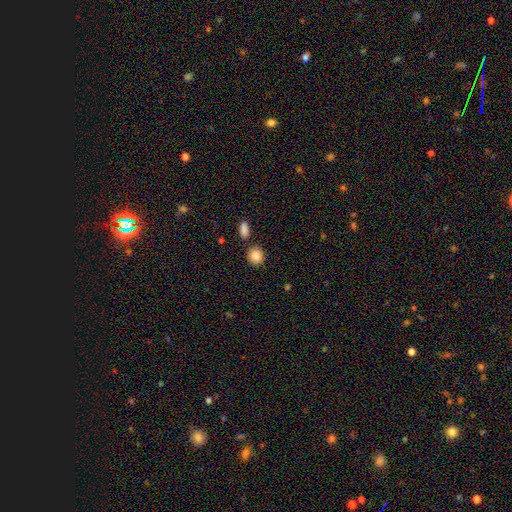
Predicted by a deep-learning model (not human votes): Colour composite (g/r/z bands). It shows a smooth galaxy with no disk features (88%) that is round (73%). Merging: none (81%).